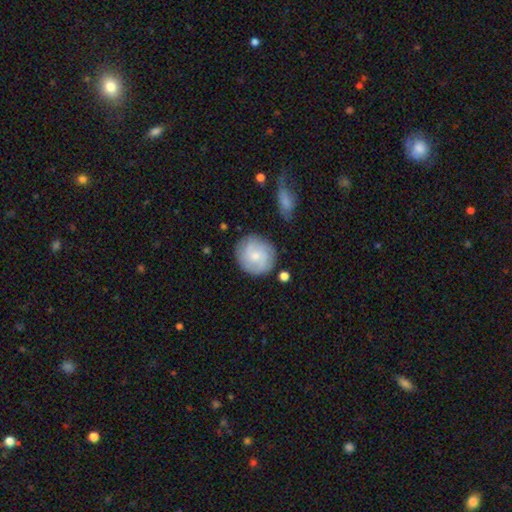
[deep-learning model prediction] Morphology: type=smooth (48%); merging=none (81%).